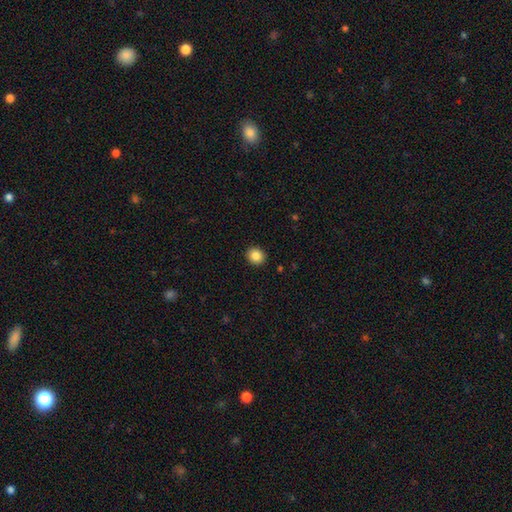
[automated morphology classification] Smooth or featured: smooth — 86% (star or artifact — 9%)
How rounded: round — 75% (in between — 24%)
Merging: none — 91% (minor disturbance — 6%)